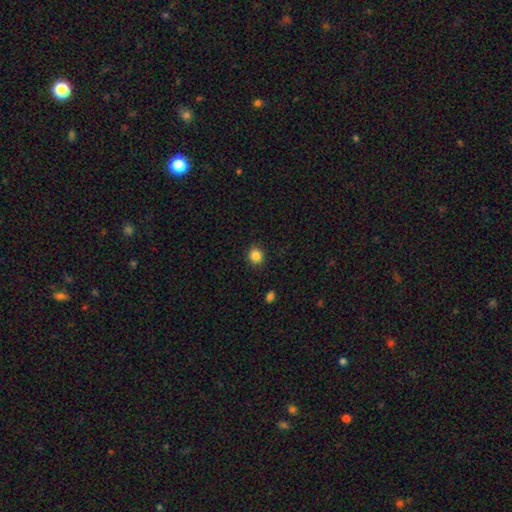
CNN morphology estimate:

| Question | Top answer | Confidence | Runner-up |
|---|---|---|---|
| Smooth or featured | smooth | 85% | star or artifact (11%) |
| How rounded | round | 81% | in between (18%) |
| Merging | none | 90% | minor disturbance (7%) |